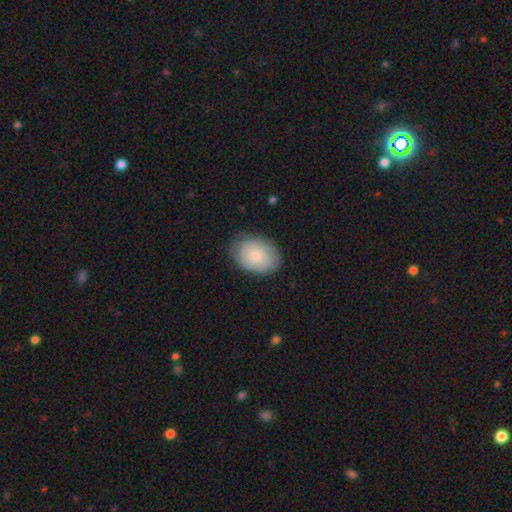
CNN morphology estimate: smooth_or_featured: smooth (p=0.67) [alt: featured or disk p=0.27]
how_rounded: in between (p=0.72) [alt: round p=0.27]
merging: none (p=0.77) [alt: minor disturbance p=0.18]